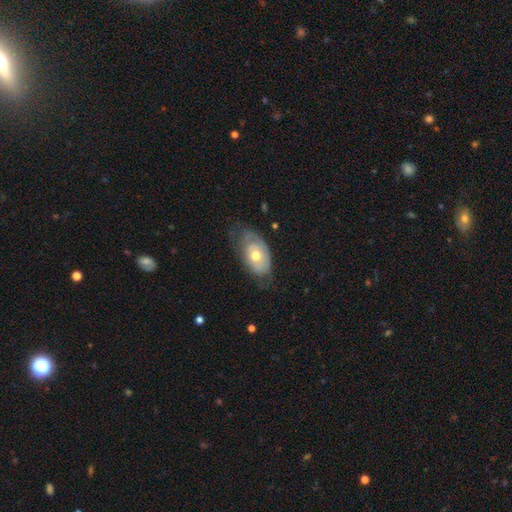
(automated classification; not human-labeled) This is possibly a featured or disk galaxy (52%). It is clearly not viewed edge-on (89%). Merging: possibly none (53%).